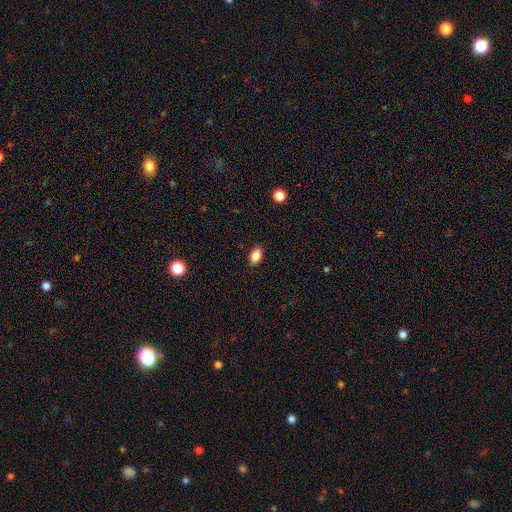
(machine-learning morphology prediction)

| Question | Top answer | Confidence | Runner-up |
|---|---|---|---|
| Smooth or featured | smooth | 87% | star or artifact (9%) |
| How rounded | in between | 90% | round (8%) |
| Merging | none | 88% | minor disturbance (9%) |